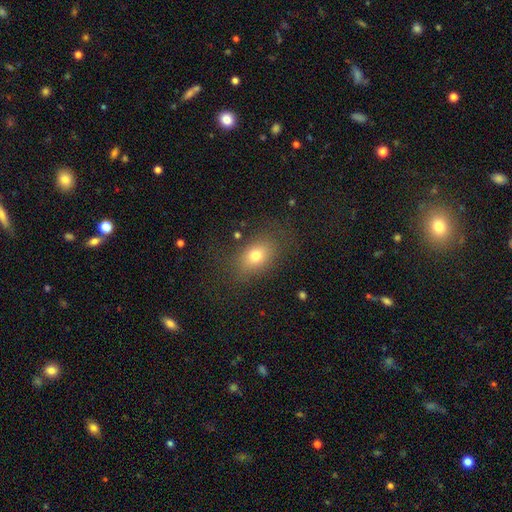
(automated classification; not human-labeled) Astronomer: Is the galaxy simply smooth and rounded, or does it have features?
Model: smooth — 73%.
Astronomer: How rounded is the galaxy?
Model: in between — 75%.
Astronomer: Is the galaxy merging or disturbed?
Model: none — 75%.